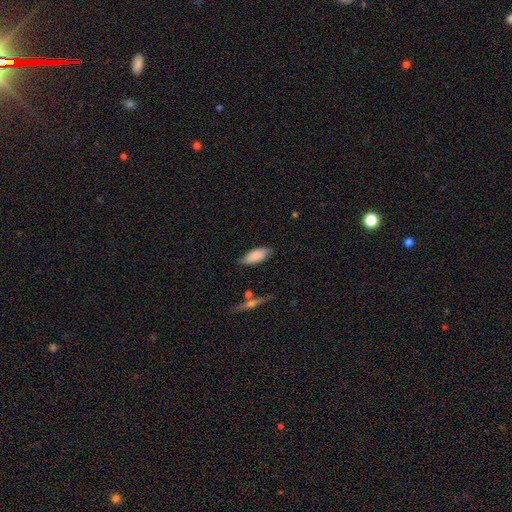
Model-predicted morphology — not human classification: This is clearly a smooth galaxy (82%). How rounded: clearly in between (81%). Merging: likely none (74%).